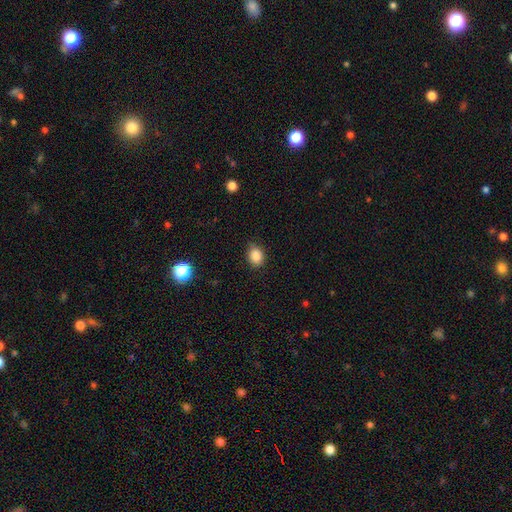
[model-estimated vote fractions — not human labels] smooth 86%, star or artifact 10%, featured or disk 4%. Down the decision tree: how rounded — in between (53%); merging — none (78%).